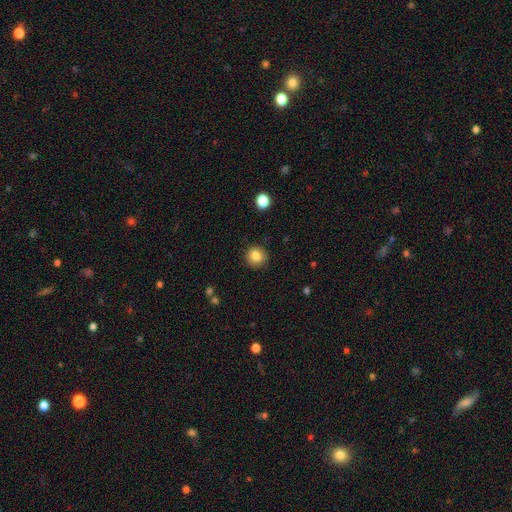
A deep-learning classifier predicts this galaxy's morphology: This appears to be a smooth galaxy with no disk features (84%) that is round (91%). Merging: none (89%).